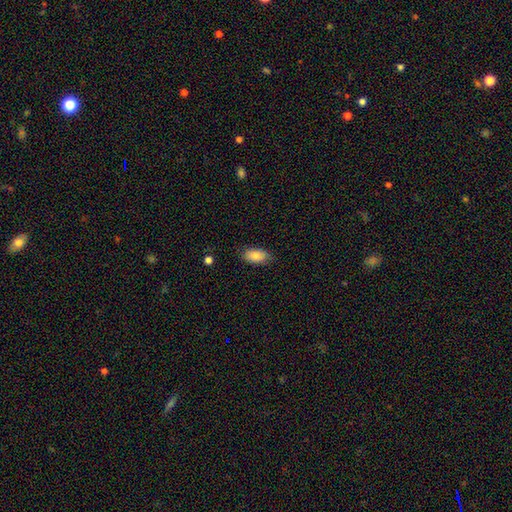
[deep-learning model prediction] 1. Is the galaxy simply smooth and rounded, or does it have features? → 84% smooth, 9% featured or disk, 7% star or artifact.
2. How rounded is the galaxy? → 93% in between, 4% round, 3% cigar-shaped.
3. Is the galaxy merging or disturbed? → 82% none, 14% minor disturbance, 3% major disturbance, 1% merger.